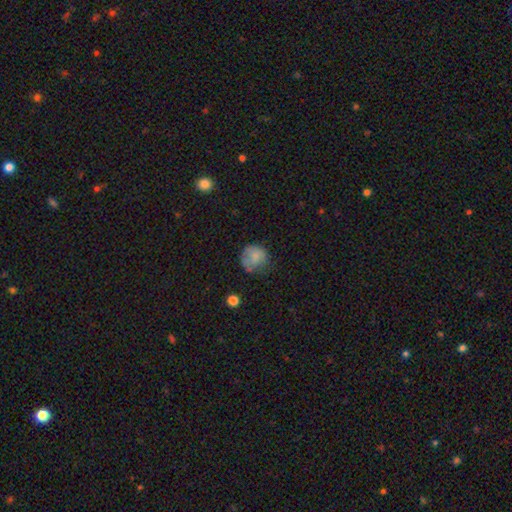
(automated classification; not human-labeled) Overall: smooth (73%). How rounded: round (84%). Merging: none (52%; minor disturbance 29%).